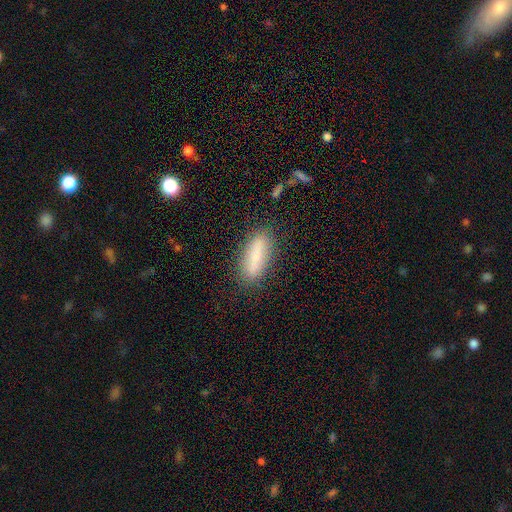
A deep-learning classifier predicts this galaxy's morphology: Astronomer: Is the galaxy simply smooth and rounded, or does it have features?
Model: smooth — 70%.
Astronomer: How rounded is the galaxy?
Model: in between — 51% (runner-up: cigar-shaped, 47%).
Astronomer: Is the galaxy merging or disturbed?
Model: none — 84%.